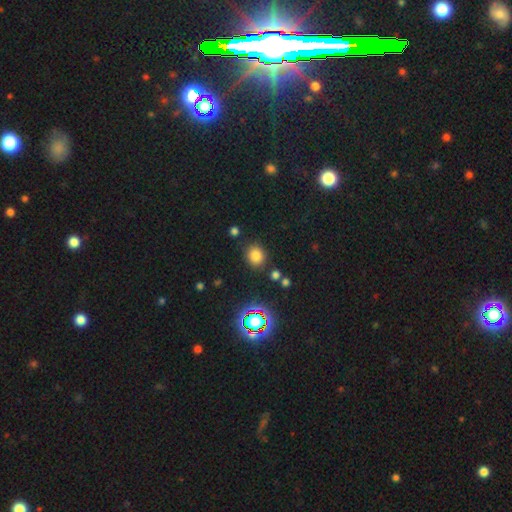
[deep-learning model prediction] smooth_or_featured: smooth (p=0.76) [alt: star or artifact p=0.18]
how_rounded: round (p=0.74) [alt: in between p=0.25]
merging: none (p=0.84) [alt: minor disturbance p=0.09]